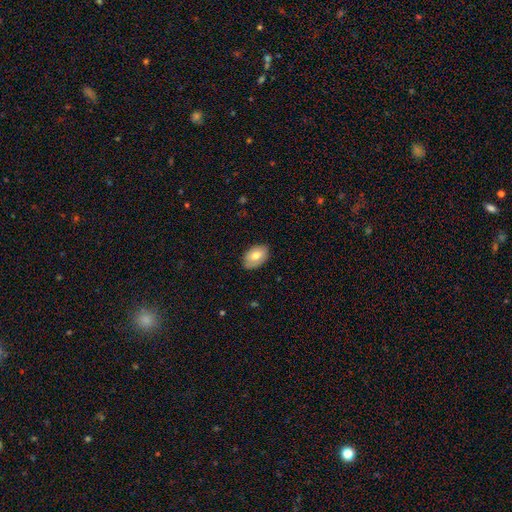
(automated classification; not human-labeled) A smooth galaxy with no disk features (71%) that is in between round and cigar-shaped (89%). Merging: none (81%).